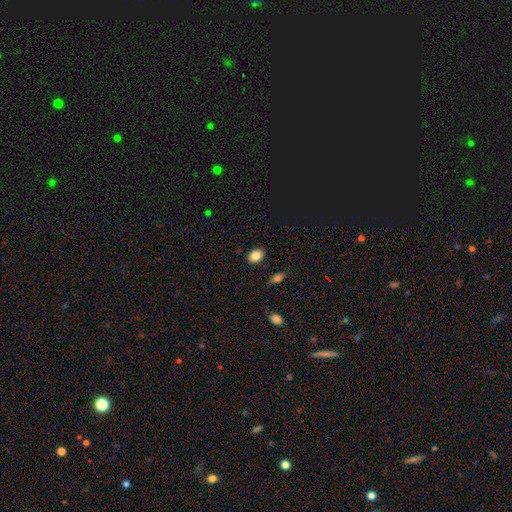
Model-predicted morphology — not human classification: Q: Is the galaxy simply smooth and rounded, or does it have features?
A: smooth — 85%.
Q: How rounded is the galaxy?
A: in between — 75%.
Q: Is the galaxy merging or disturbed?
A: none — 87%.